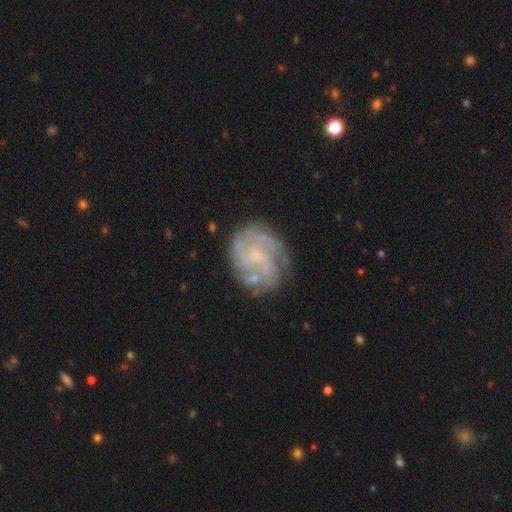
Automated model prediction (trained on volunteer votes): The model was most divided on "spiral winding": tight: 47%, medium: 38%, loose: 15%. Remaining: edge-on disk — no (98%); spiral arms — yes (85%); smooth or featured — featured or disk (77%); merging — none (71%); bar — no (62%); bulge size — small (51%); spiral arm count — can't tell (39%).